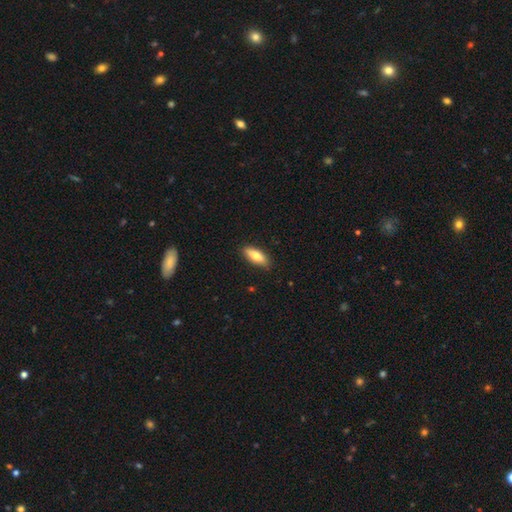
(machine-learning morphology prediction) Smooth or featured?
  - smooth: 77% *
  - featured or disk: 17%
  - star or artifact: 6%
How rounded?
  - in between: 66% *
  - cigar-shaped: 31%
  - round: 2%
Merging?
  - none: 88% *
  - minor disturbance: 10%
  - major disturbance: 2%
  - merger: 1%